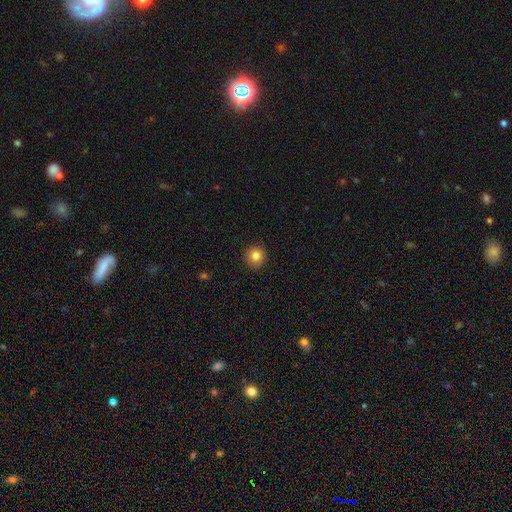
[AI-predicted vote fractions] smooth_or_featured: smooth (p=0.83) [alt: star or artifact p=0.11]
how_rounded: round (p=0.93) [alt: in between p=0.06]
merging: none (p=0.91) [alt: minor disturbance p=0.06]